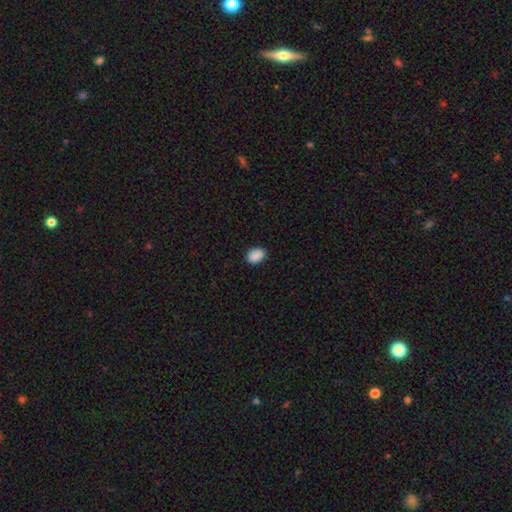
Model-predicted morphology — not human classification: Smooth or featured? smooth (90%)
How rounded? in between (82%)
Merging? none (88%)